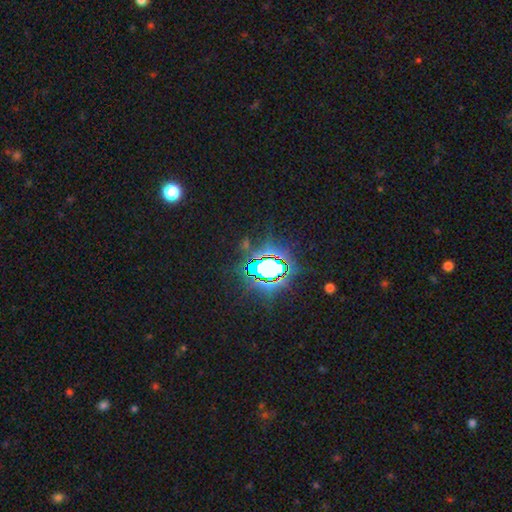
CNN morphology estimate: The model was most divided on "smooth or featured": star or artifact: 84%, smooth: 10%, featured or disk: 7%.